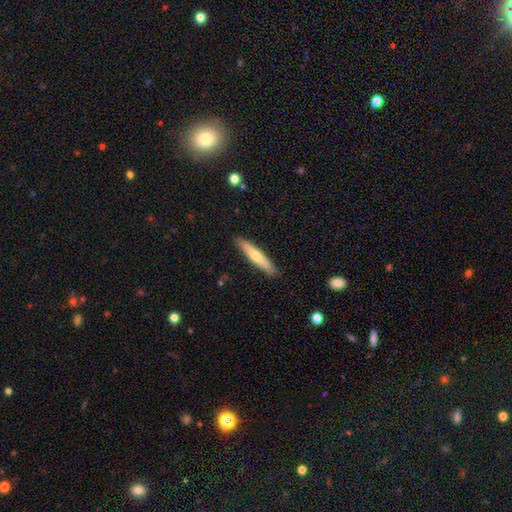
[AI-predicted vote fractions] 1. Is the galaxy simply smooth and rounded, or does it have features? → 61% smooth, 34% featured or disk, 5% star or artifact.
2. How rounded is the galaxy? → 90% cigar-shaped, 9% in between, 1% round.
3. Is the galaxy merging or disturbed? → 89% none, 8% minor disturbance, 2% major disturbance, 1% merger.